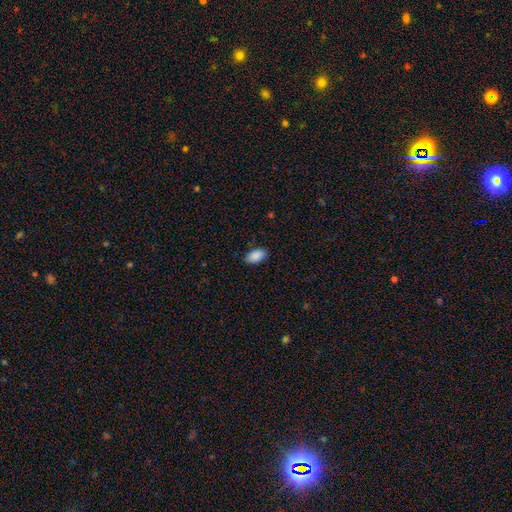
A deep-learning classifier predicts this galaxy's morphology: Smooth or featured? smooth (90%)
How rounded? in between (94%)
Merging? none (86%)